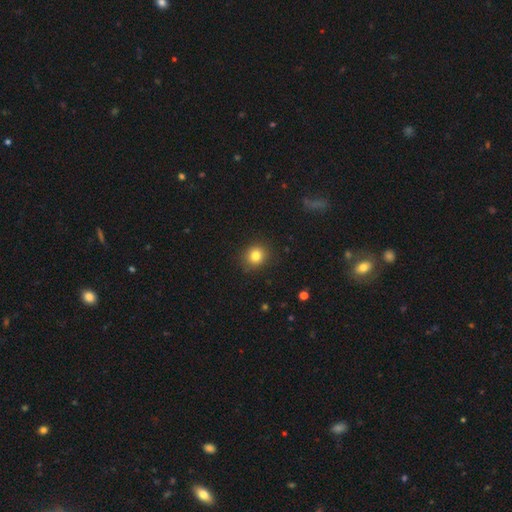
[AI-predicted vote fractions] Smooth or featured: smooth — 82% (star or artifact — 12%)
How rounded: round — 84% (in between — 15%)
Merging: none — 89% (minor disturbance — 8%)